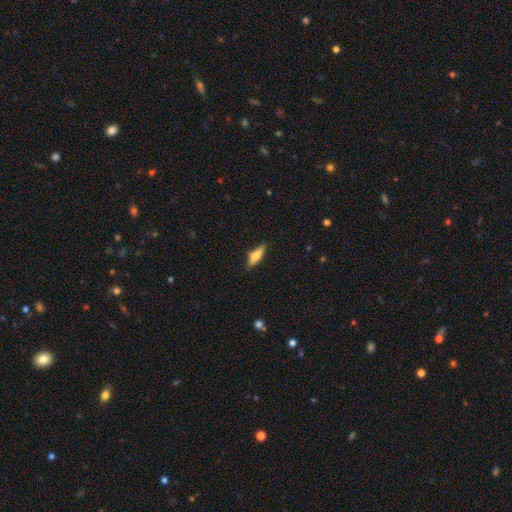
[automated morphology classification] smooth-or-featured: smooth: 66% | featured or disk: 27% | star or artifact: 7%
  how-rounded: cigar-shaped: 57% | in between: 41% | round: 2%
  merging: none: 76% | minor disturbance: 18% | major disturbance: 4% | merger: 2%